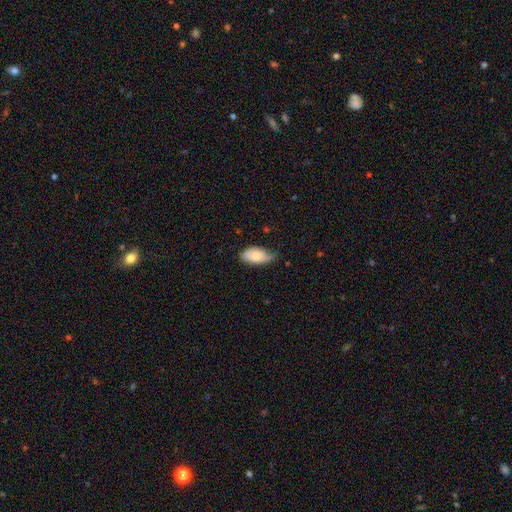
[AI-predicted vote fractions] smooth-or-featured: smooth: 73% | featured or disk: 21% | star or artifact: 6%
  how-rounded: in between: 94% | round: 3% | cigar-shaped: 3%
  merging: minor disturbance: 45% | none: 41% | major disturbance: 12% | merger: 2%